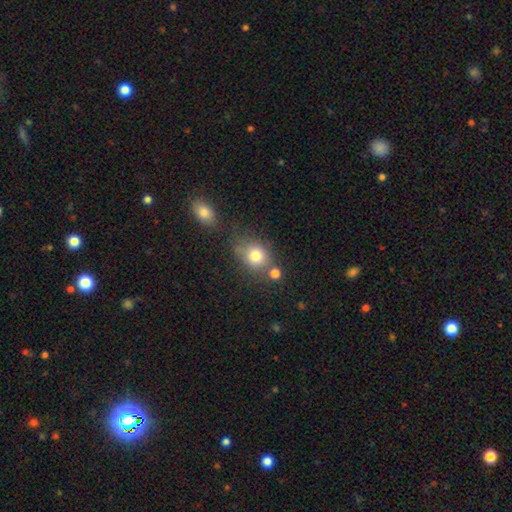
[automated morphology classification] smooth_or_featured: smooth (p=0.78) [alt: star or artifact p=0.12]
how_rounded: round (p=0.60) [alt: in between p=0.38]
merging: none (p=0.58) [alt: merger p=0.18]